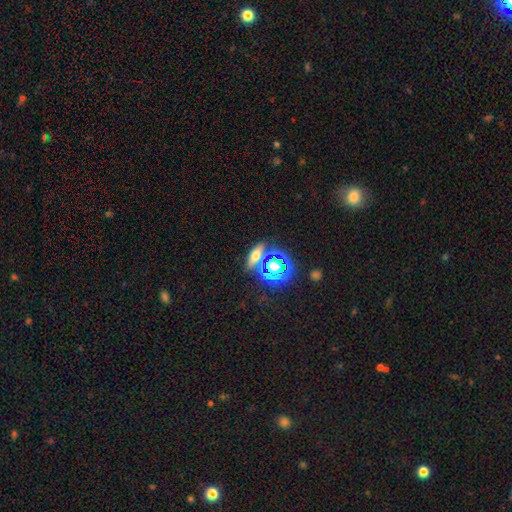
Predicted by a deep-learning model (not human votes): Smooth or featured? Predicted: smooth (p=0.46). Merging? Predicted: none (p=0.74).